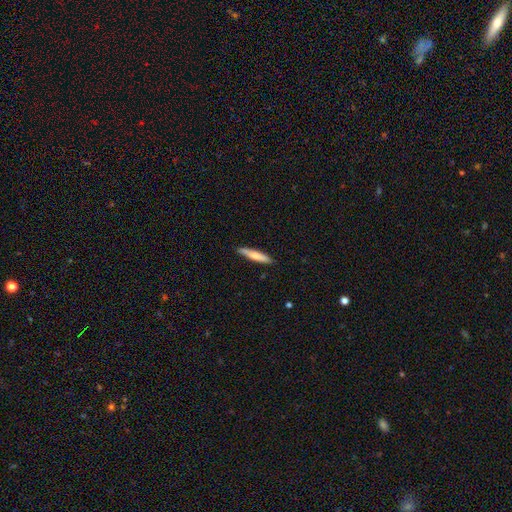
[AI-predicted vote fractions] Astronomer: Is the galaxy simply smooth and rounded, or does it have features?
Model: smooth — 70%.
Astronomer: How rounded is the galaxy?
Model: cigar-shaped — 89%.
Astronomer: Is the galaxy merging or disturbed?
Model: none — 85%.